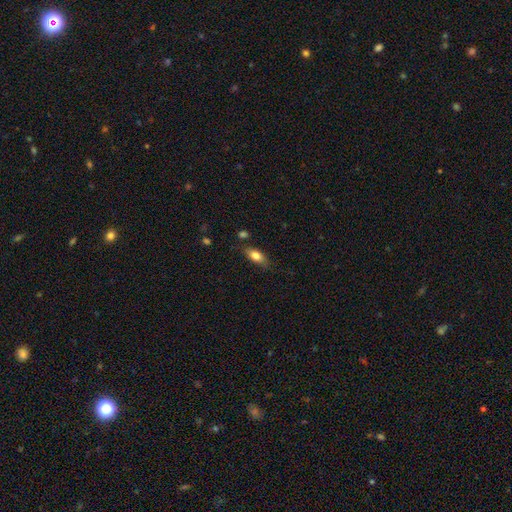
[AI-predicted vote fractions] Overall: smooth (79%). How rounded: in between (82%). Merging: none (72%).